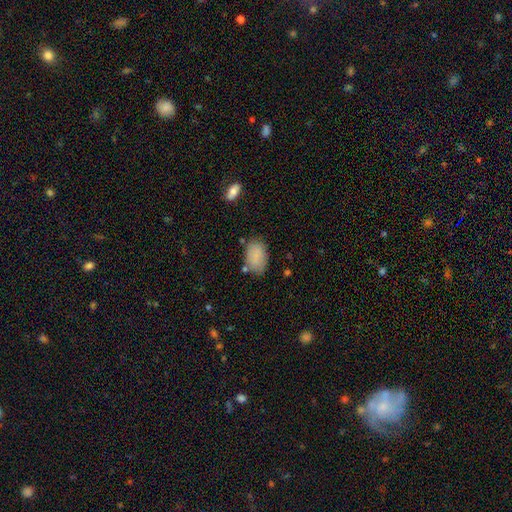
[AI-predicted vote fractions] smooth_or_featured: smooth (p=0.86) [alt: star or artifact p=0.07]
how_rounded: in between (p=0.90) [alt: round p=0.08]
merging: none (p=0.73) [alt: minor disturbance p=0.18]